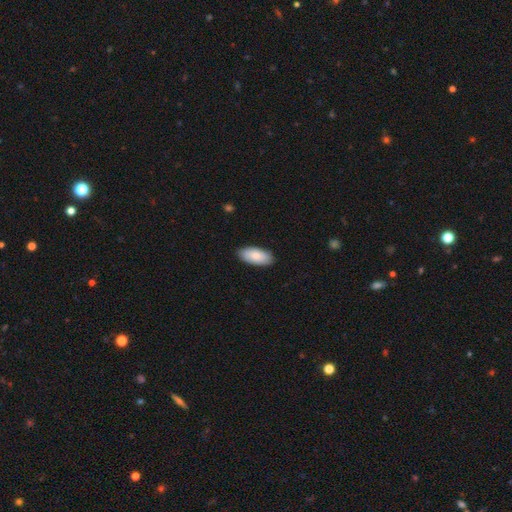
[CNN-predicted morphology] type=smooth (86%); roundness=in between (92%); merging=none (88%).